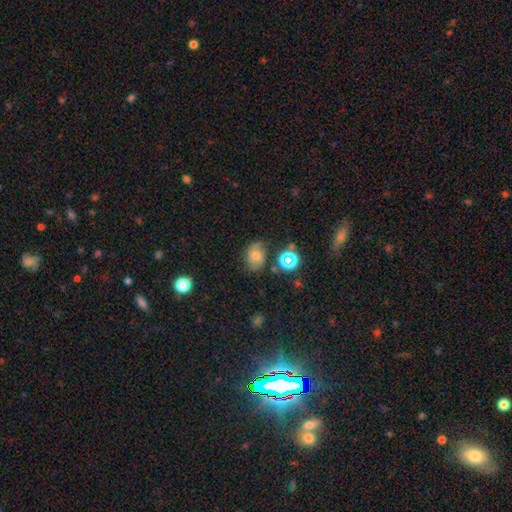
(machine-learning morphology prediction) This appears to be a smooth galaxy with no disk features (55%) that is in between round and cigar-shaped (61%). Merging: none (64%).